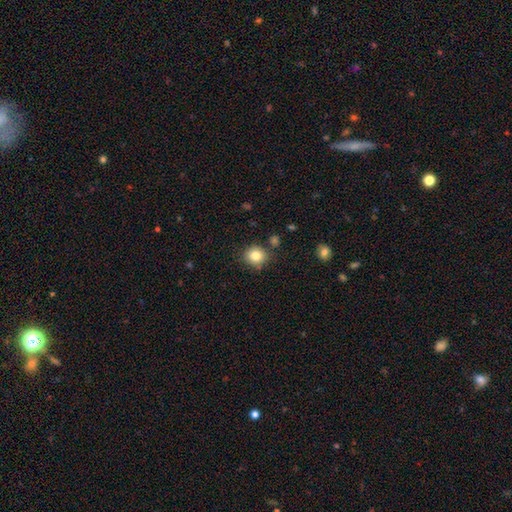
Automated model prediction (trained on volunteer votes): Overall: smooth (82%). How rounded: round (84%). Merging: none (82%).